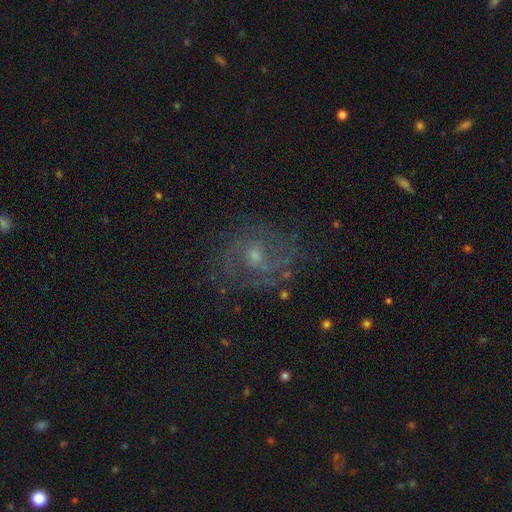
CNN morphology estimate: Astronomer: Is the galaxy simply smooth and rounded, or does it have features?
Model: featured or disk — 70%.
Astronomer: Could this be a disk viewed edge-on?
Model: no — 97%.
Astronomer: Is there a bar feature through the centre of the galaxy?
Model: no — 68%.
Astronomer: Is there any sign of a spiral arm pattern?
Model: yes — 83%.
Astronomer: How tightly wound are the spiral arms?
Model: medium — 46% (runner-up: tight, 37%).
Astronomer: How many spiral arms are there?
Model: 2 — 39% (runner-up: can't tell, 33%).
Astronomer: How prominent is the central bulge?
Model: small — 54% (runner-up: moderate, 39%).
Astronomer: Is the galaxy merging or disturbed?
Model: none — 69%.